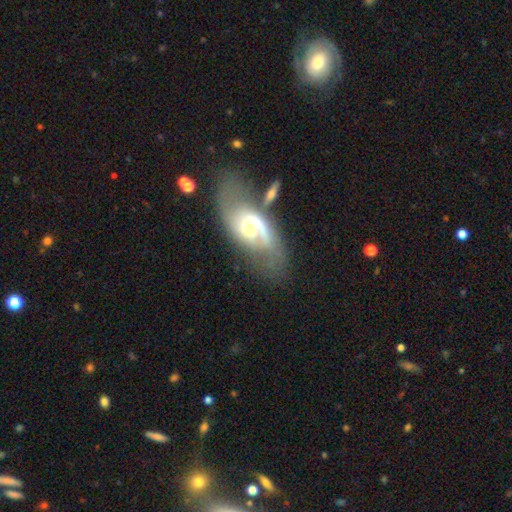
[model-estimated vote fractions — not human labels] A featured or disk galaxy (78%) with a weak bar (46%), 2 (77%) medium (44%) spiral arms (88%) and a moderate central bulge (46%).

Vote fractions:
- Smooth or featured? featured or disk: 78% / smooth: 15% / star or artifact: 7%
- Edge-on disk? no: 93% / yes: 7%
- Bar? weak: 46% / no: 40% / strong: 15%
- Spiral arms? yes: 88% / no: 12%
- Spiral winding? medium: 44% / loose: 39% / tight: 17%
- Spiral arm count? 2: 77% / 1: 10% / can't tell: 10% / 3: 1% / 4: 1% / more than 4: 1%
- Bulge size? moderate: 46% / small: 41% / large: 9% / none: 3% / dominant: 2%
- Merging? none: 57% / minor disturbance: 19% / major disturbance: 14% / merger: 10%